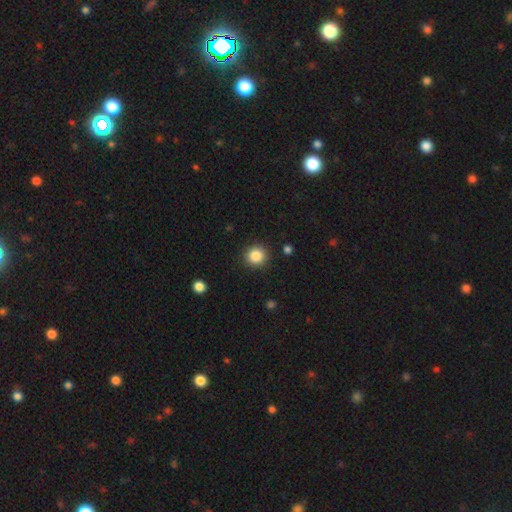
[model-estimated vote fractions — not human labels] This appears to be a smooth galaxy with no disk features (86%) that is round (92%). Merging: none (91%).